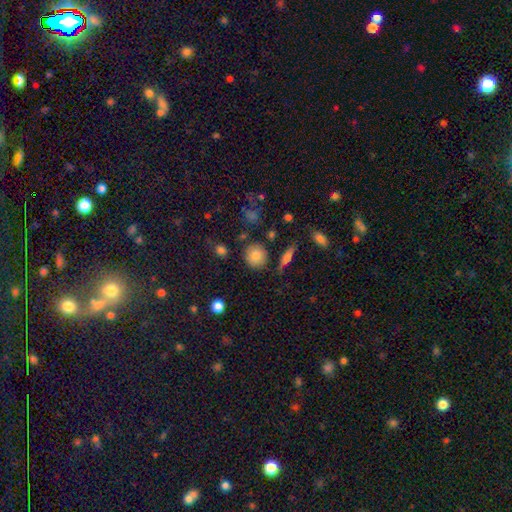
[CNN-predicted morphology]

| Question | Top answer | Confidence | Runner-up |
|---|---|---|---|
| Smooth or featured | smooth | 80% | featured or disk (11%) |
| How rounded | round | 88% | in between (11%) |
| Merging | none | 83% | minor disturbance (11%) |